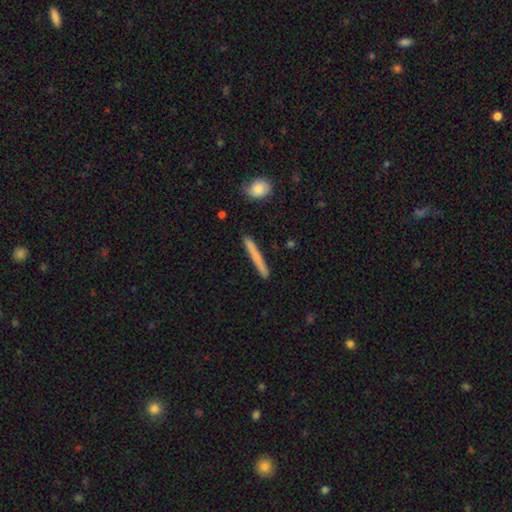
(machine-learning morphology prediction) Smooth or featured: smooth — 66% (featured or disk — 29%)
How rounded: cigar-shaped — 96% (in between — 2%)
Merging: none — 89% (minor disturbance — 8%)